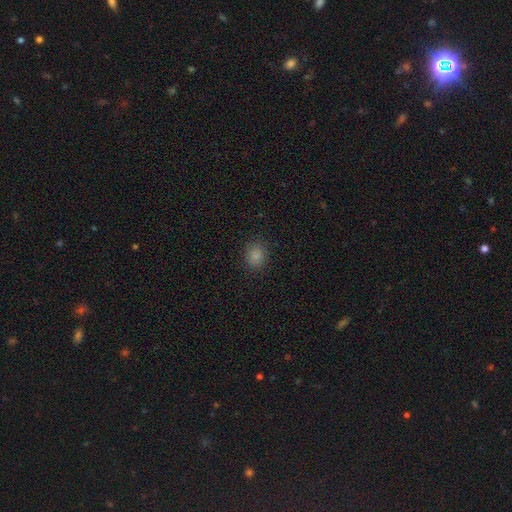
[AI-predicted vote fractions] Q: Smooth or featured?
A: smooth (84%); runner-up: star or artifact (13%)
Q: How rounded?
A: round (74%); runner-up: in between (25%)
Q: Merging?
A: none (88%); runner-up: minor disturbance (9%)